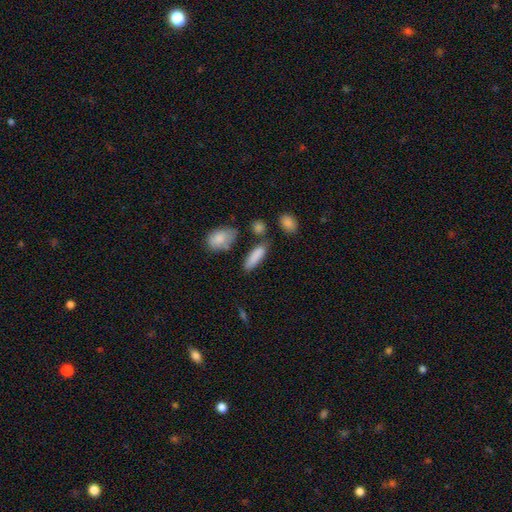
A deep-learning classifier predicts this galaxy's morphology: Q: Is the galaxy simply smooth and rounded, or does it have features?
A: smooth — 84%.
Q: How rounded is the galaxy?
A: in between — 48%, tied with cigar-shaped.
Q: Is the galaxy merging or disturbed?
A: none — 70%.